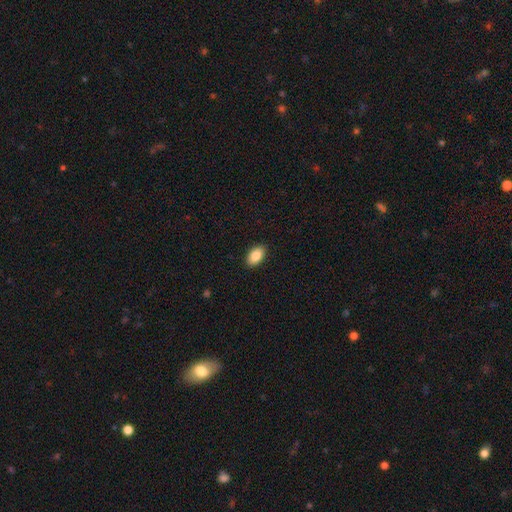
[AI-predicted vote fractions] smooth 87%, star or artifact 7%, featured or disk 6%. Down the decision tree: how rounded — in between (93%); merging — none (89%).